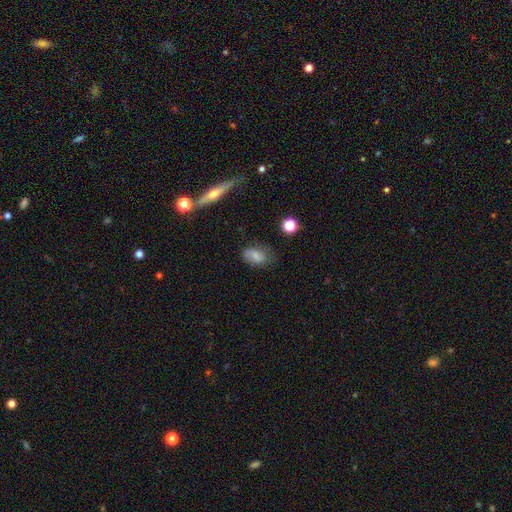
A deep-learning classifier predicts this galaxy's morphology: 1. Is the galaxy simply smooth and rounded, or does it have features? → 64% smooth, 25% featured or disk, 11% star or artifact.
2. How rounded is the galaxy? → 83% in between, 14% round, 3% cigar-shaped.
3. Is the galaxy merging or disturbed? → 58% none, 28% minor disturbance, 11% major disturbance, 3% merger.